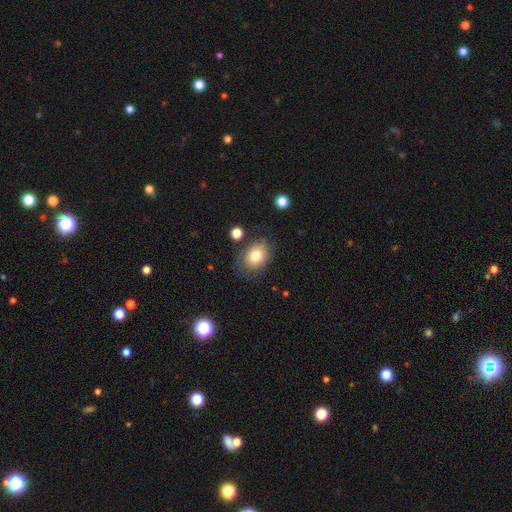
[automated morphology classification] A smooth galaxy with no disk features (74%) that is in between round and cigar-shaped (64%). Merging: none (71%).